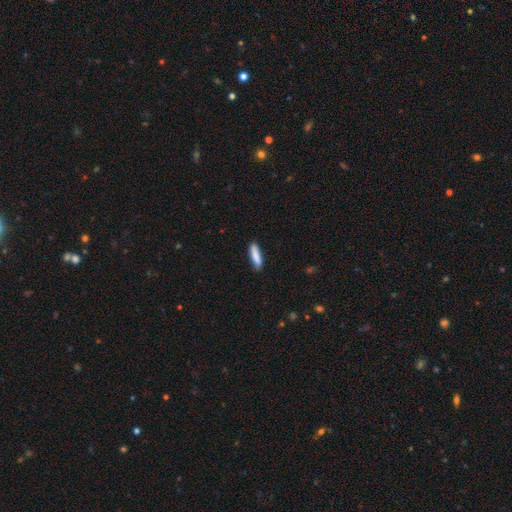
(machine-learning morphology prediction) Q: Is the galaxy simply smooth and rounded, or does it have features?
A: smooth — 86%.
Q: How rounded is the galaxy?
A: cigar-shaped — 76%.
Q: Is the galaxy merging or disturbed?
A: none — 86%.